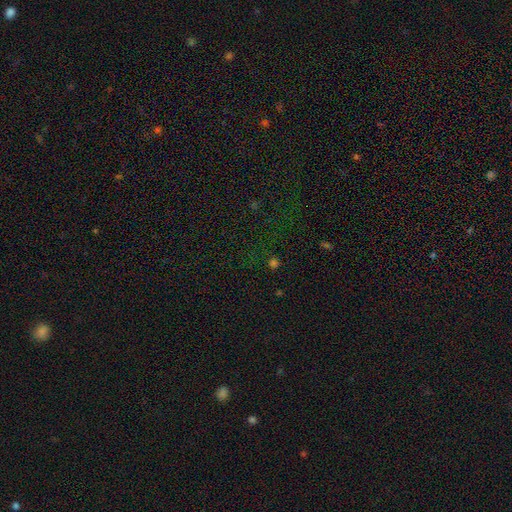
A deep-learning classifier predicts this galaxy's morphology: A star or artifact, not a galaxy (71%).

Vote fractions:
- Smooth or featured? star or artifact: 71% / smooth: 18% / featured or disk: 11%